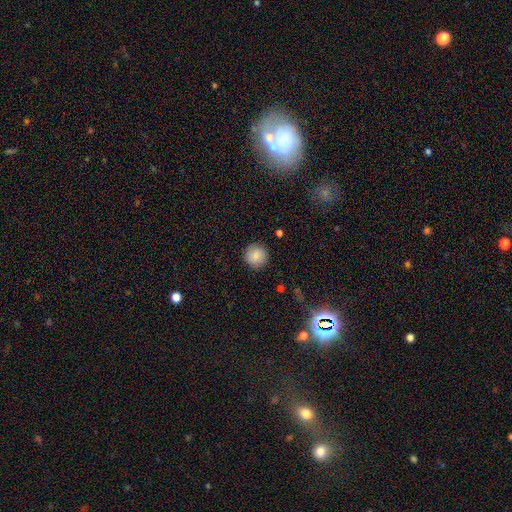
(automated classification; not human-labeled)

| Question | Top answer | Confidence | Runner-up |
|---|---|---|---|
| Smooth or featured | smooth | 85% | star or artifact (9%) |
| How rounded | round | 94% | in between (5%) |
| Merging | none | 91% | minor disturbance (6%) |